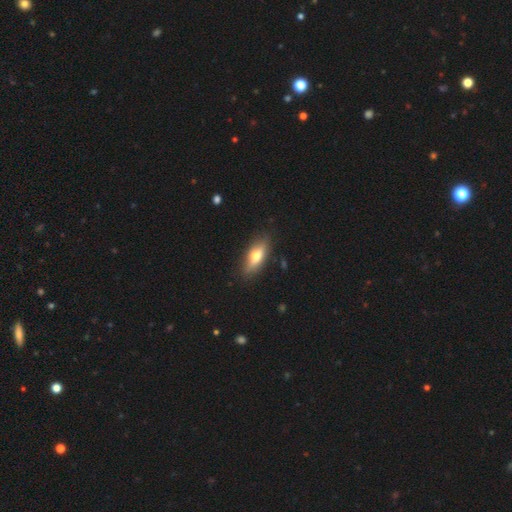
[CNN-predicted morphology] A smooth galaxy with no disk features (61%) that is in between round and cigar-shaped (69%).

Vote fractions:
- Smooth or featured? smooth: 61% / featured or disk: 32% / star or artifact: 6%
- How rounded? in between: 69% / cigar-shaped: 28% / round: 3%
- Merging? none: 84% / minor disturbance: 12% / major disturbance: 2% / merger: 1%